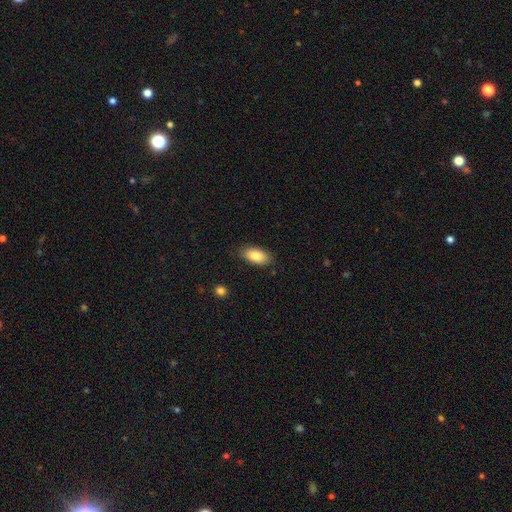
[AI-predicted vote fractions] This appears to be a smooth galaxy with no disk features (84%) that is in between round and cigar-shaped (93%). Merging: none (85%).